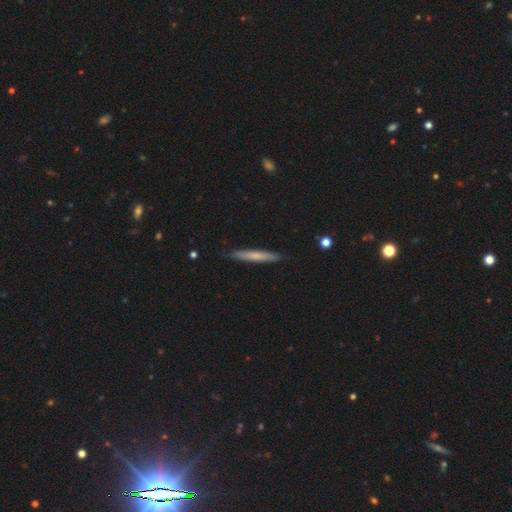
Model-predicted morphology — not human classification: This is likely a smooth galaxy (62%). How rounded: clearly cigar-shaped (95%). Merging: clearly none (89%).